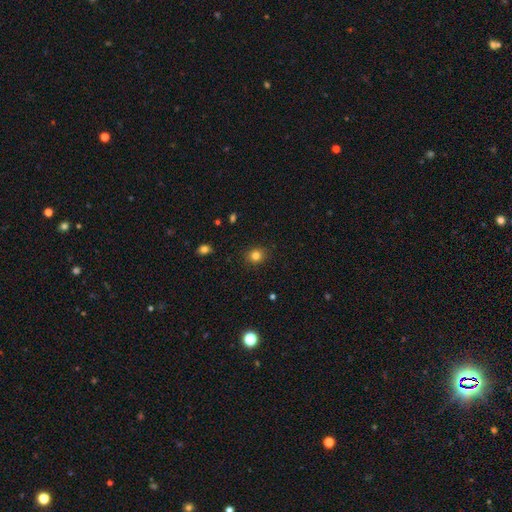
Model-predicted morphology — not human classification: smooth-or-featured: smooth: 83% | star or artifact: 12% | featured or disk: 5%
  how-rounded: round: 73% | in between: 26% | cigar-shaped: 1%
  merging: none: 89% | minor disturbance: 8% | major disturbance: 2% | merger: 1%